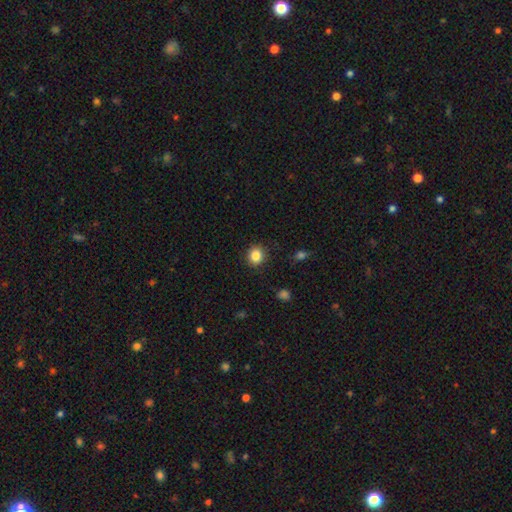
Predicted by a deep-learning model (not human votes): A smooth galaxy with no disk features (85%) that is round (83%). Merging: none (90%).